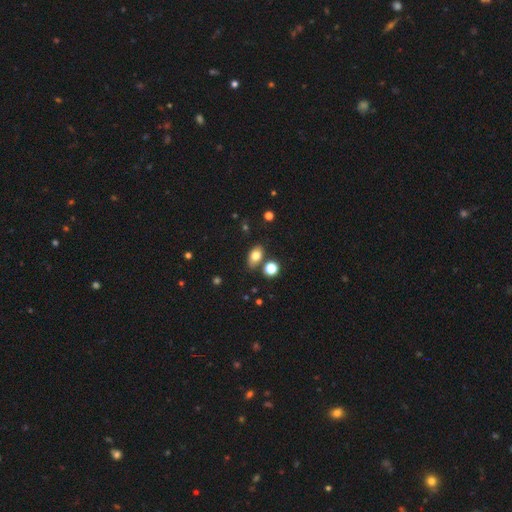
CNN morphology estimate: smooth-or-featured: smooth: 77% | featured or disk: 12% | star or artifact: 11%
  how-rounded: in between: 85% | round: 12% | cigar-shaped: 3%
  merging: none: 74% | minor disturbance: 13% | merger: 9% | major disturbance: 3%